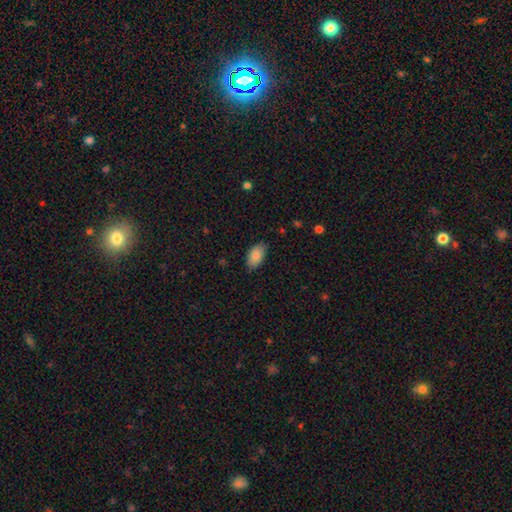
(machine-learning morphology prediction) smooth_or_featured: smooth (p=0.88) [alt: star or artifact p=0.07]
how_rounded: in between (p=0.94) [alt: round p=0.04]
merging: none (p=0.82) [alt: minor disturbance p=0.14]